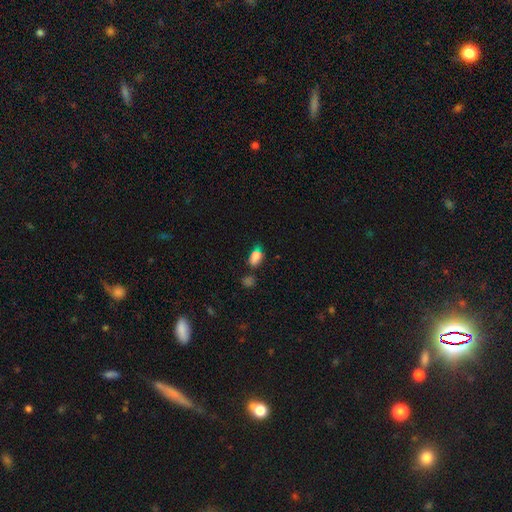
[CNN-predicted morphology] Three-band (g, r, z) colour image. It shows a smooth galaxy with no disk features (80%) that is in between round and cigar-shaped (89%). Merging: none (56%).